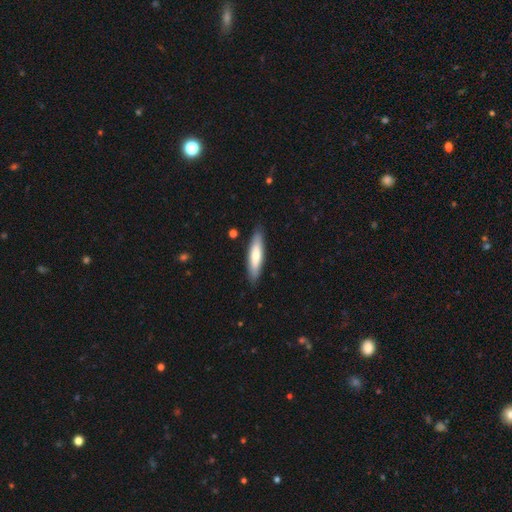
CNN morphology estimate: The model was most divided on "smooth or featured": smooth: 70%, featured or disk: 25%, star or artifact: 5%. More confident: merging — none (87%); how rounded — cigar-shaped (75%).